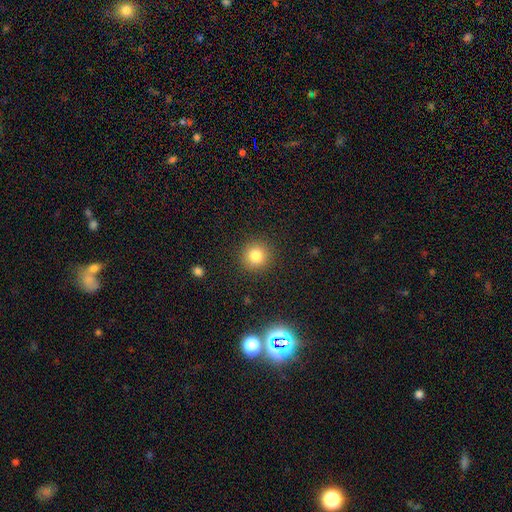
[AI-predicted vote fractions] smooth-or-featured: smooth: 81% | star or artifact: 12% | featured or disk: 7%
  how-rounded: round: 93% | in between: 6% | cigar-shaped: 1%
  merging: none: 90% | minor disturbance: 6% | major disturbance: 3% | merger: 1%